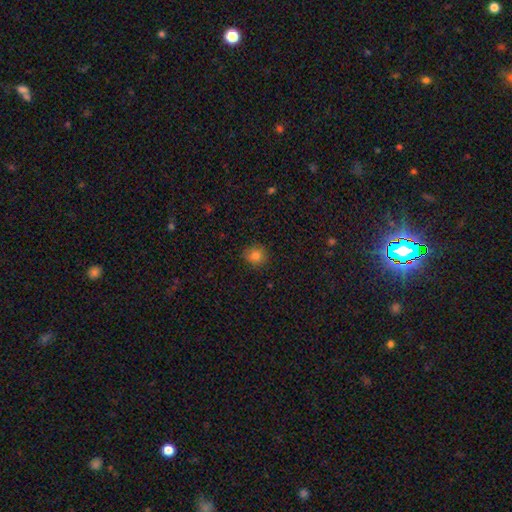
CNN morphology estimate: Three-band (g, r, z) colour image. It shows a smooth galaxy with no disk features (80%) that is round (86%). Merging: none (86%).